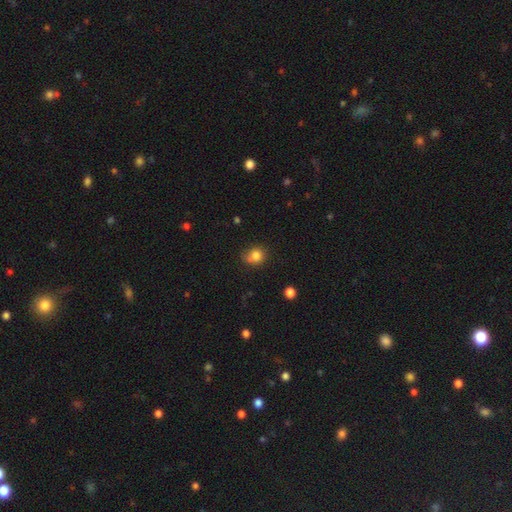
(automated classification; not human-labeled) Overall: smooth (80%). How rounded: round (70%). Merging: none (53%; minor disturbance 27%).